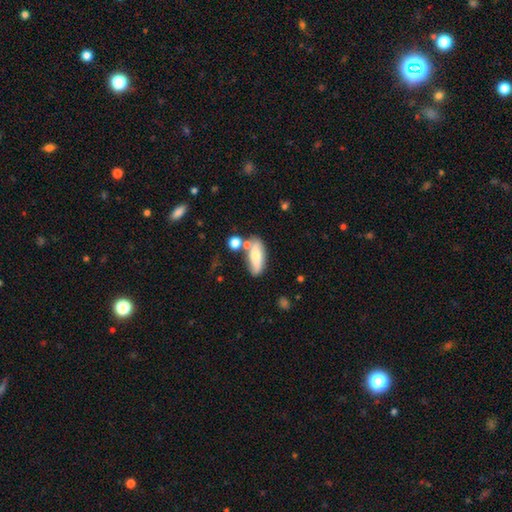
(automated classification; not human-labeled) This appears to be a smooth galaxy with no disk features (62%) that is in between round and cigar-shaped (67%). Merging: none (61%).